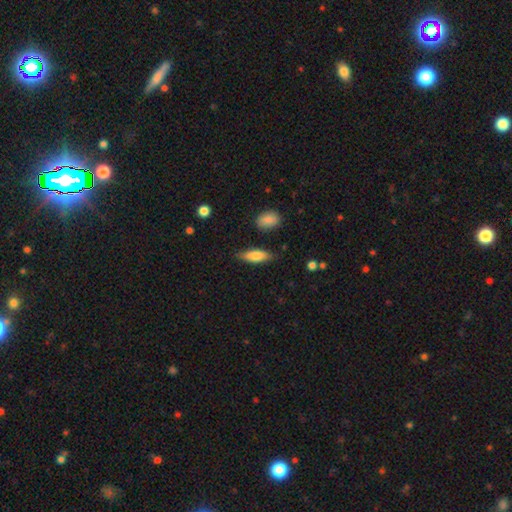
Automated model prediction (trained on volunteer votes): Q: Smooth or featured?
A: smooth (76%); runner-up: featured or disk (17%)
Q: How rounded?
A: in between (61%); runner-up: cigar-shaped (37%)
Q: Merging?
A: none (77%); runner-up: minor disturbance (17%)